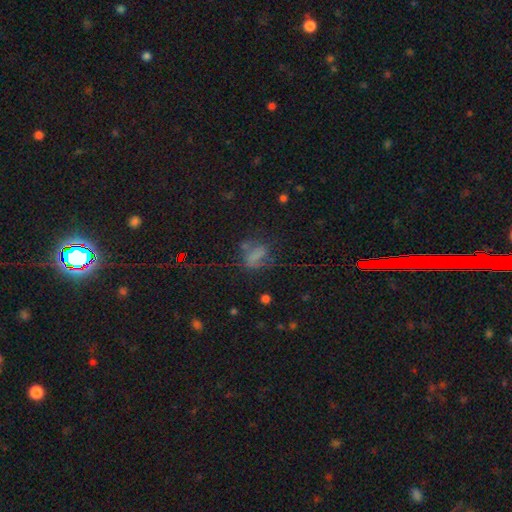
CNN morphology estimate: Overall: smooth (54%; star or artifact 25%). How rounded: in between (69%). Merging: none (44%; major disturbance 25%).